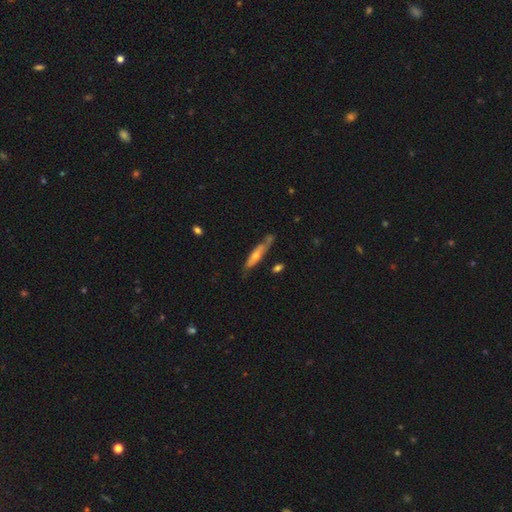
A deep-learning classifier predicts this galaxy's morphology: Smooth or featured? featured or disk (51%)
Edge-on disk? yes (68%)
Merging? none (61%)